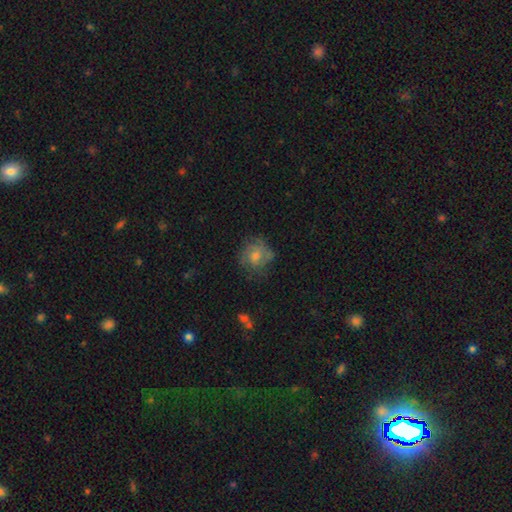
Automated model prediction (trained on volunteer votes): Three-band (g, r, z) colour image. It shows a featured or disk galaxy (56%) with no bar (76%), spiral arms (81%) and a moderate central bulge (55%). Merging: none (69%).